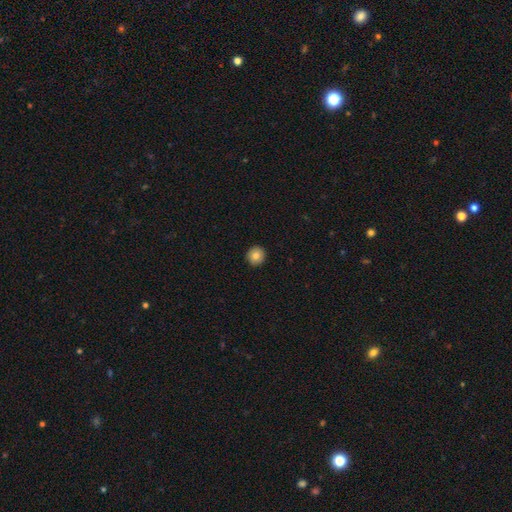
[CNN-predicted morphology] type=smooth (81%); roundness=round (94%); merging=none (92%).